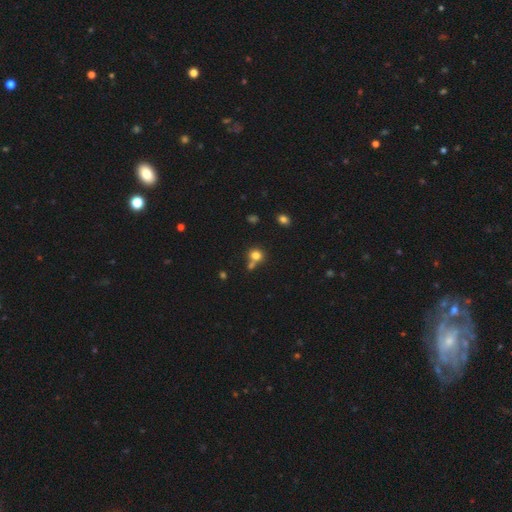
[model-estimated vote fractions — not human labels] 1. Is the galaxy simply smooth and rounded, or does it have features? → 77% smooth, 14% star or artifact, 9% featured or disk.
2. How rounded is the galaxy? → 83% round, 16% in between, 1% cigar-shaped.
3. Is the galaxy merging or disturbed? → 54% none, 31% merger, 10% minor disturbance, 4% major disturbance.